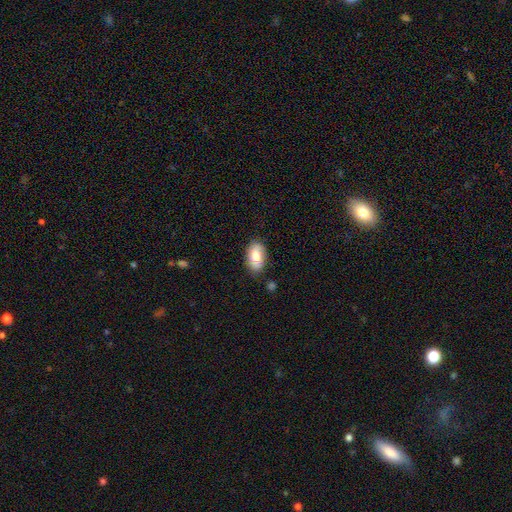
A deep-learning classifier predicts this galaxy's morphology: Q: Smooth or featured?
A: smooth (76%); runner-up: featured or disk (17%)
Q: How rounded?
A: in between (93%); runner-up: round (4%)
Q: Merging?
A: none (81%); runner-up: minor disturbance (14%)